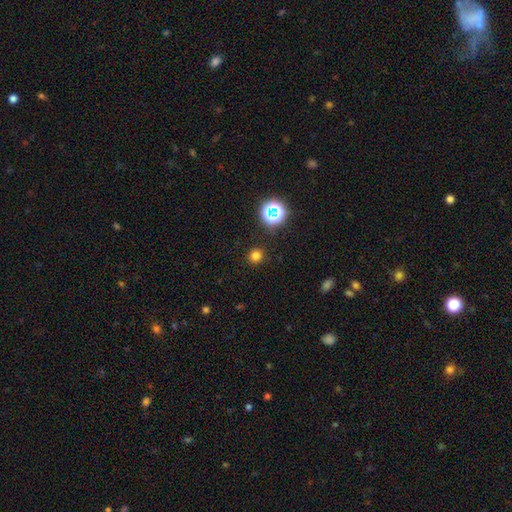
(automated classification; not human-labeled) The model was most divided on "smooth or featured": smooth: 74%, star or artifact: 21%, featured or disk: 5%. More confident: how rounded — round (92%); merging — none (90%).